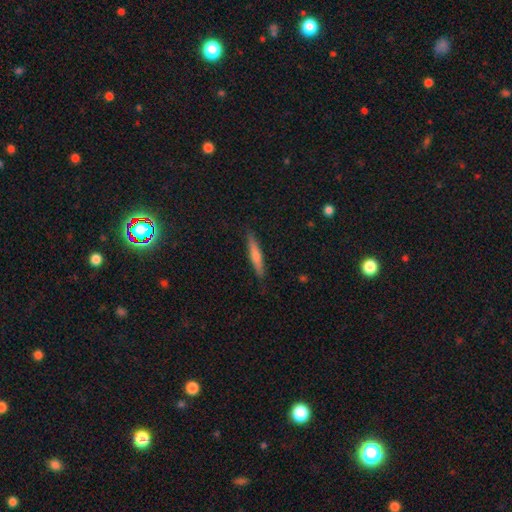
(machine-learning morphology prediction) This appears to be a smooth galaxy with no disk features (64%) that is cigar-shaped (92%). Merging: none (88%).